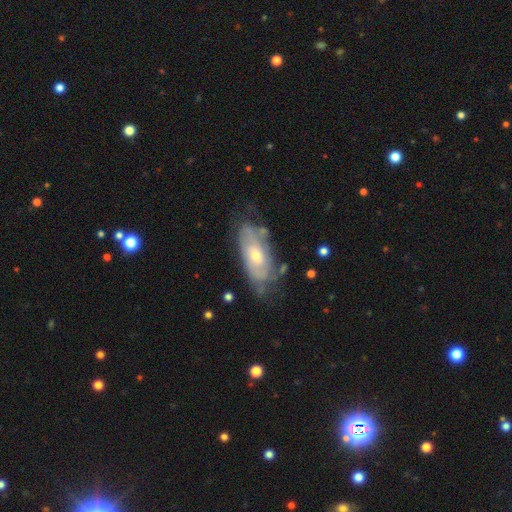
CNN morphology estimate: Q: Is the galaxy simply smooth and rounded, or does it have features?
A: featured or disk — 63%.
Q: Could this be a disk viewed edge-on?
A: no — 88%.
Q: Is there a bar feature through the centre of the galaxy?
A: no — 77%.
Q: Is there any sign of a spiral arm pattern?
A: yes — 66%.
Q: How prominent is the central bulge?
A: moderate — 49%.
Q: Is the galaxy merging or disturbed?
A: none — 59%.